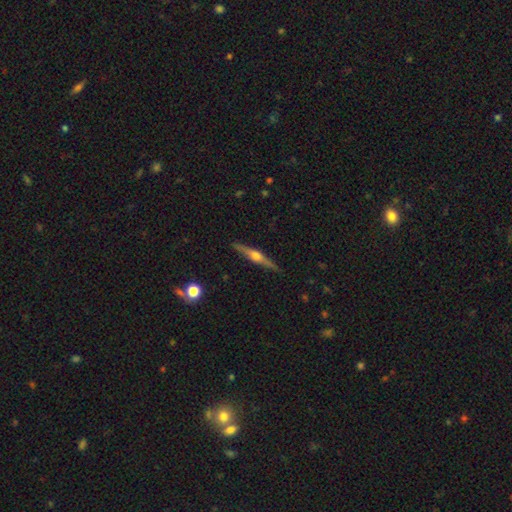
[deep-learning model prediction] Smooth or featured: featured or disk — 76% (smooth — 18%)
Edge-on disk: yes — 98% (no — 2%)
Edge-on bulge: rounded — 91% (boxy — 6%)
Merging: none — 90% (minor disturbance — 7%)